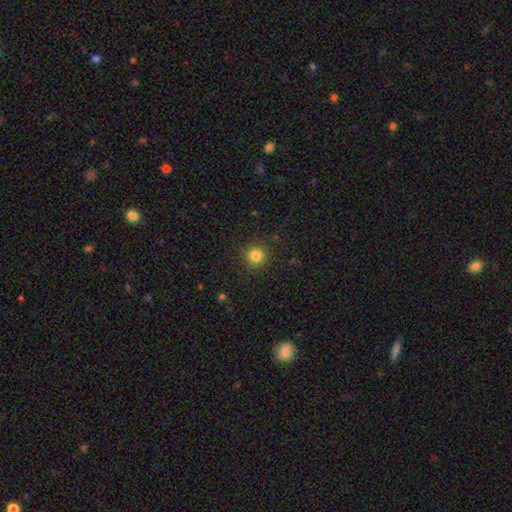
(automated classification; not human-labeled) smooth-or-featured: smooth: 83% | star or artifact: 12% | featured or disk: 4%
  how-rounded: round: 94% | in between: 5% | cigar-shaped: 1%
  merging: none: 90% | minor disturbance: 6% | major disturbance: 3% | merger: 1%